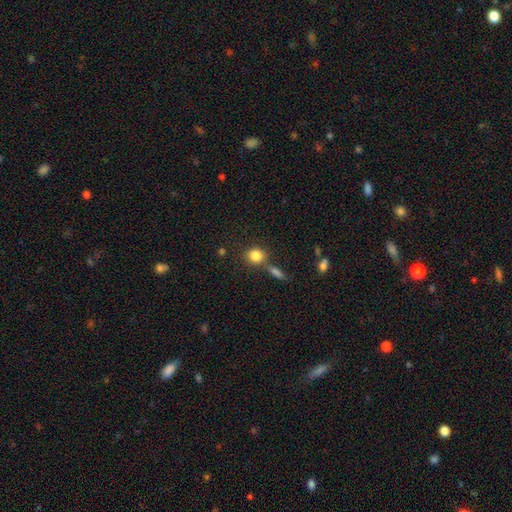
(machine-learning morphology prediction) Smooth or featured? smooth (84%)
How rounded? round (74%)
Merging? none (64%)